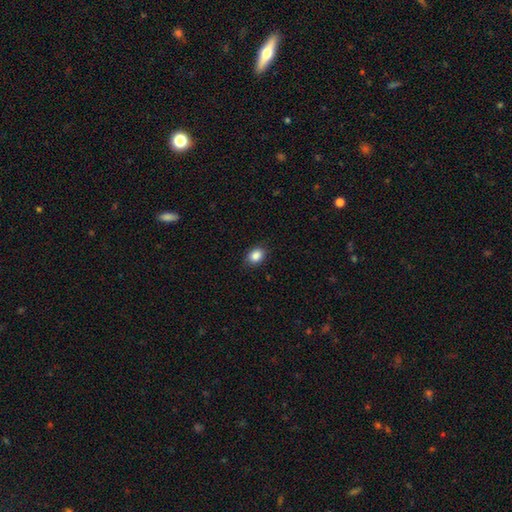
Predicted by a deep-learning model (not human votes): Smooth or featured: smooth — 87% (star or artifact — 9%)
How rounded: in between — 61% (round — 38%)
Merging: none — 86% (minor disturbance — 10%)